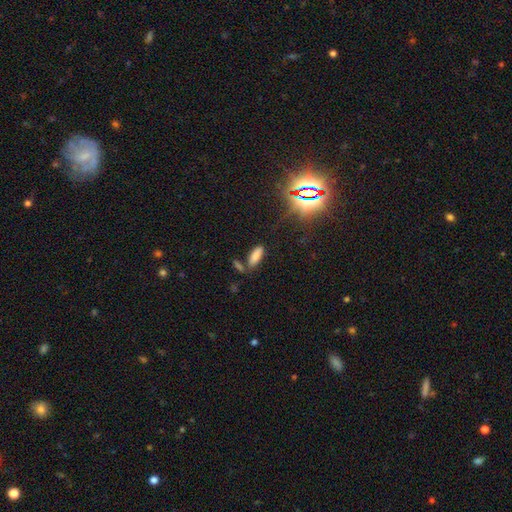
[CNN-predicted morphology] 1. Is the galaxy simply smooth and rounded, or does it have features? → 77% smooth, 14% star or artifact, 9% featured or disk.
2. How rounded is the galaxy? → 70% in between, 28% cigar-shaped, 2% round.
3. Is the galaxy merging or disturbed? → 70% none, 14% minor disturbance, 12% merger, 4% major disturbance.